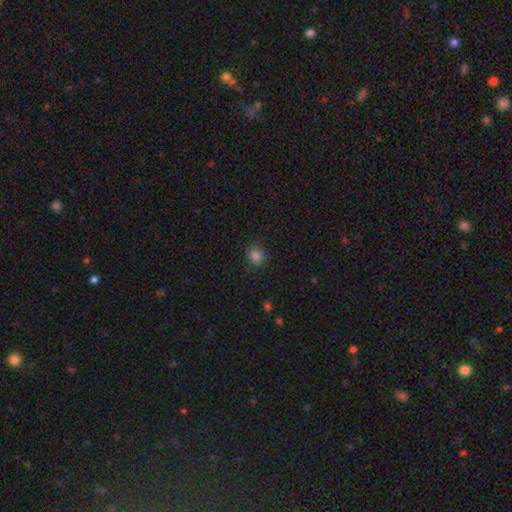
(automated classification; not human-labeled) This appears to be a smooth galaxy with no disk features (84%) that is round (70%). Merging: none (86%).